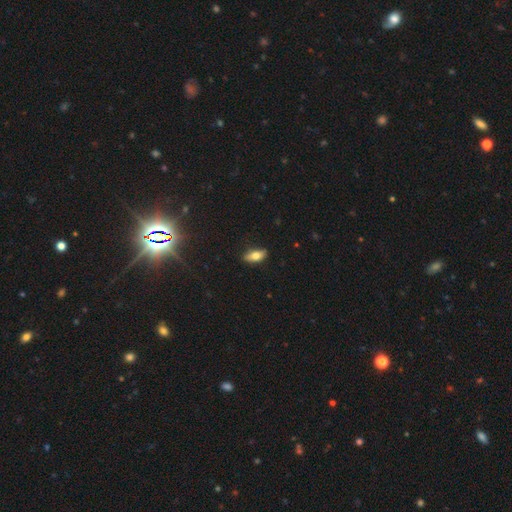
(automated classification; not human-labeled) Overall: smooth (74%). How rounded: in between (84%). Merging: none (84%).